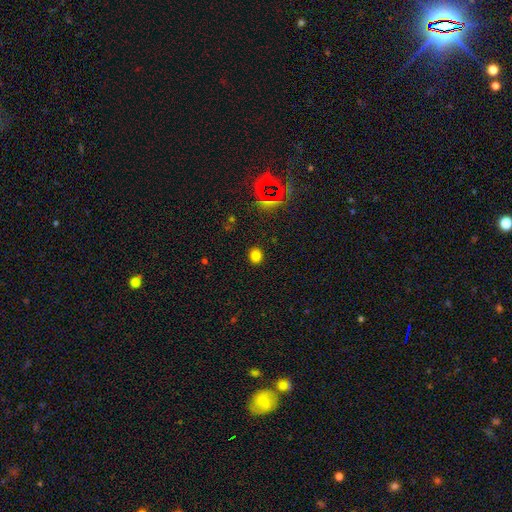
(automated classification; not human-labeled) Smooth or featured? Predicted: smooth (p=0.77). How rounded? Predicted: round (p=0.69). Merging? Predicted: none (p=0.89).